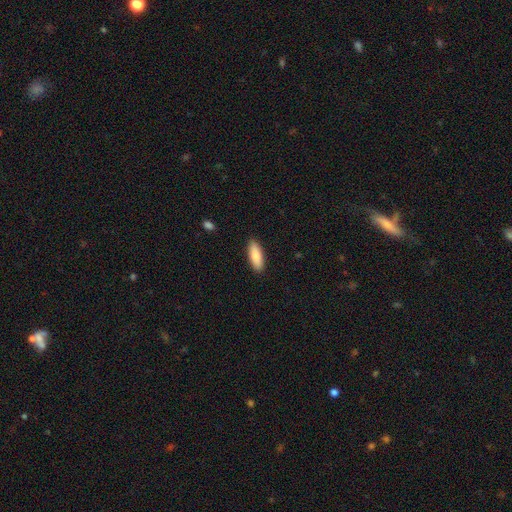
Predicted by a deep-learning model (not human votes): A smooth galaxy with no disk features (82%) that is in between round and cigar-shaped (65%).

Vote fractions:
- Smooth or featured? smooth: 82% / featured or disk: 13% / star or artifact: 6%
- How rounded? in between: 65% / cigar-shaped: 33% / round: 2%
- Merging? none: 90% / minor disturbance: 8% / major disturbance: 2% / merger: 1%